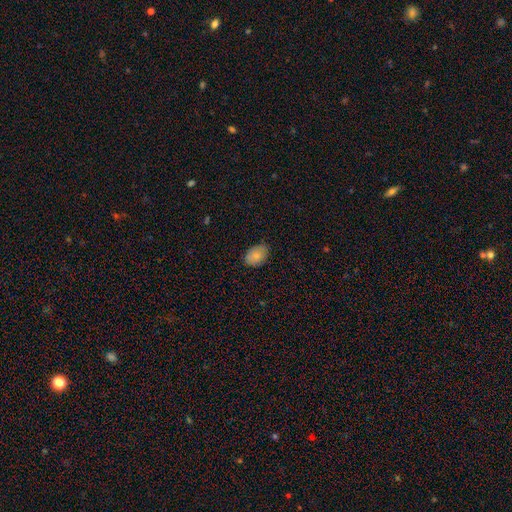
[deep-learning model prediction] This is clearly a smooth galaxy (82%). How rounded: clearly in between (82%). Merging: clearly none (80%).